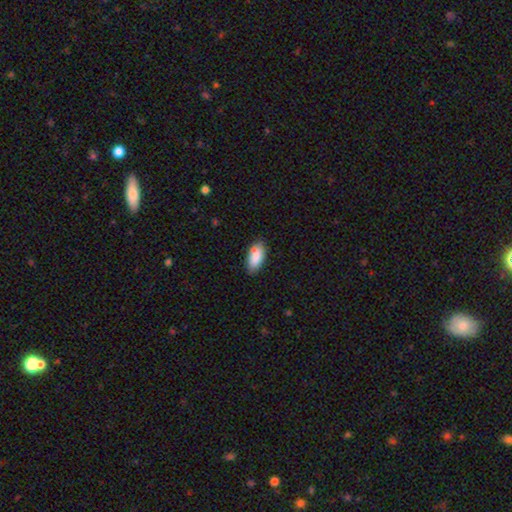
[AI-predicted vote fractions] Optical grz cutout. It shows a smooth galaxy with no disk features (86%) that is in between round and cigar-shaped (88%). Merging: none (75%).